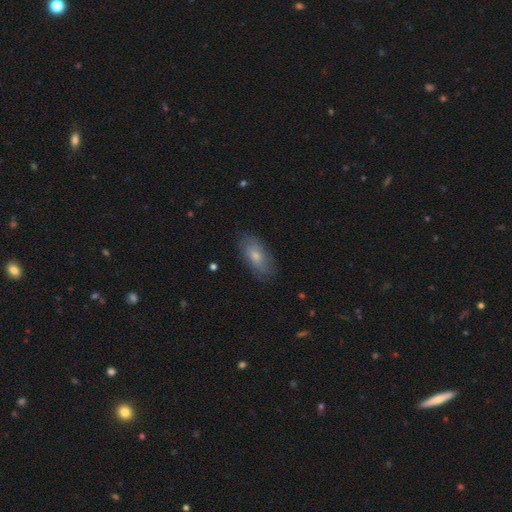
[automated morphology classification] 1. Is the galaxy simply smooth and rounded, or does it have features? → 67% smooth, 26% featured or disk, 7% star or artifact.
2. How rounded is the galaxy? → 88% in between, 8% cigar-shaped, 4% round.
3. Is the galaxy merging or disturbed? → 78% none, 16% minor disturbance, 4% major disturbance, 1% merger.